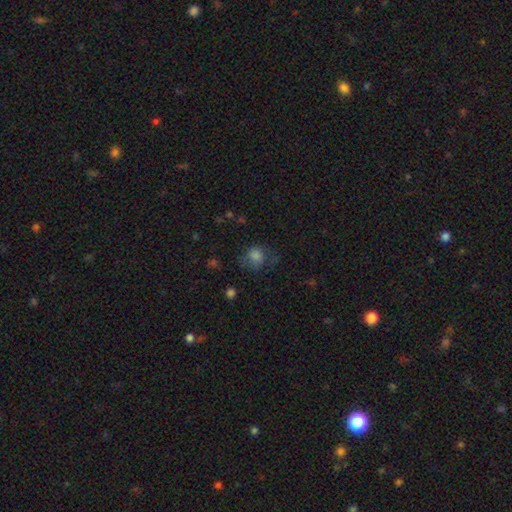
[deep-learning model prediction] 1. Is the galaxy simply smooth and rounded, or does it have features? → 74% smooth, 15% star or artifact, 12% featured or disk.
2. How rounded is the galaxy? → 74% round, 25% in between, 1% cigar-shaped.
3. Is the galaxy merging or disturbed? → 54% none, 24% minor disturbance, 20% major disturbance, 2% merger.